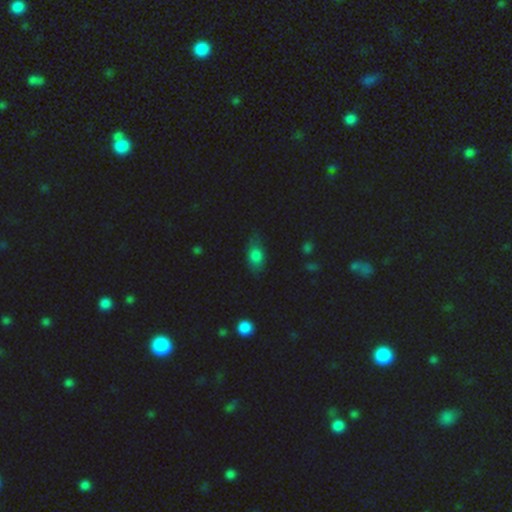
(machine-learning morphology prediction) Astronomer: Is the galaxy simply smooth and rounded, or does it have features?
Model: smooth — 75%.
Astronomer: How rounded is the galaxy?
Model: in between — 82%.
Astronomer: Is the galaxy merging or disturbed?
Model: none — 67%.